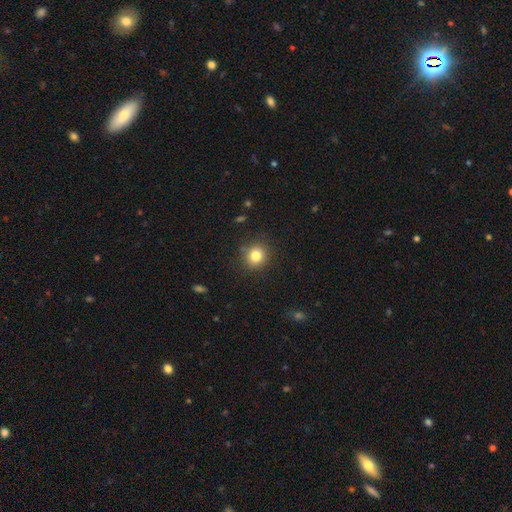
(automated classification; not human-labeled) A smooth galaxy with no disk features (81%) that is round (85%). Merging: none (85%).